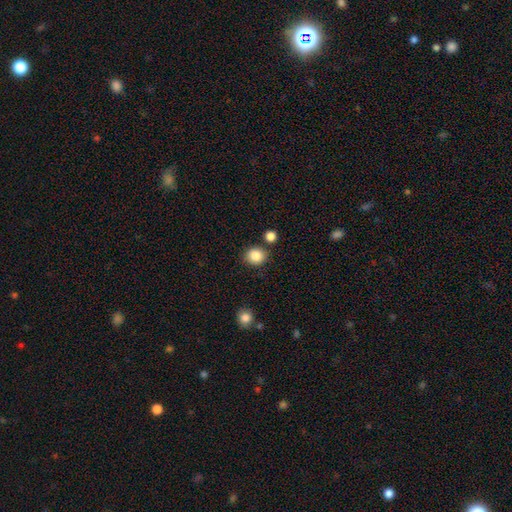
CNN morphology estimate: A smooth galaxy with no disk features (87%) that is round (75%).

Vote fractions:
- Smooth or featured? smooth: 87% / star or artifact: 9% / featured or disk: 4%
- How rounded? round: 75% / in between: 24% / cigar-shaped: 1%
- Merging? none: 82% / minor disturbance: 9% / merger: 6% / major disturbance: 3%